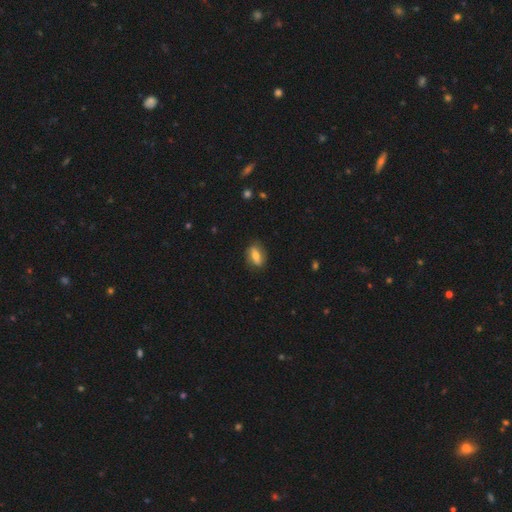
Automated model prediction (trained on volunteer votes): The model was most divided on "smooth or featured": smooth: 56%, featured or disk: 36%, star or artifact: 8%. More confident: merging — none (81%); how rounded — in between (77%).